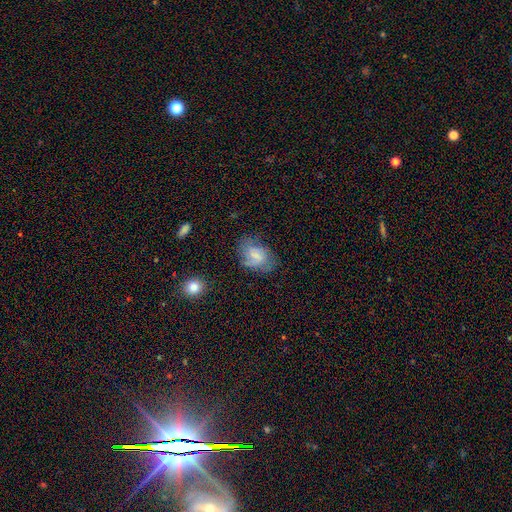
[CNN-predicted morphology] Overall: smooth (54%; featured or disk 36%). How rounded: in between (78%). Merging: none (51%; minor disturbance 28%).